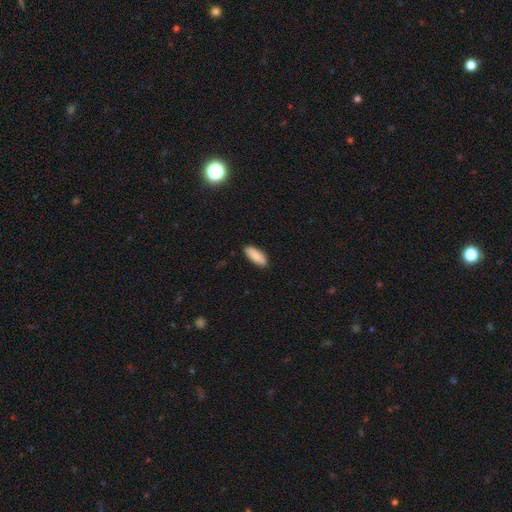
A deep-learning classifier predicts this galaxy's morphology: smooth_or_featured: smooth (p=0.90) [alt: star or artifact p=0.06]
how_rounded: in between (p=0.77) [alt: cigar-shaped p=0.21]
merging: none (p=0.90) [alt: minor disturbance p=0.07]